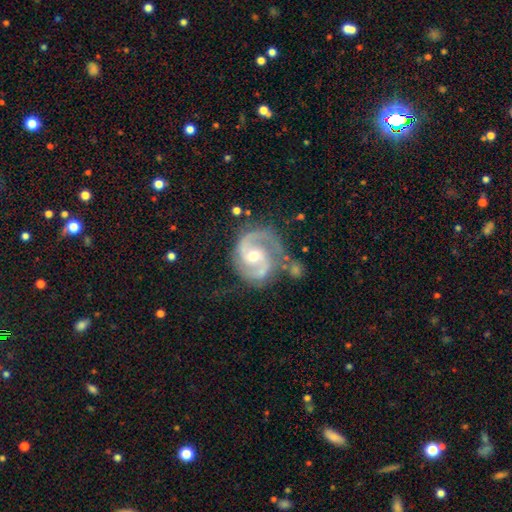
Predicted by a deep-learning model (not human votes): The model was most divided on "bar": no: 46%, weak: 39%, strong: 15%. More confident: edge-on disk — no (98%); spiral arms — yes (98%); smooth or featured — featured or disk (92%); spiral arm count — 2 (90%); bulge size — moderate (64%); merging — none (64%); spiral winding — medium (55%).